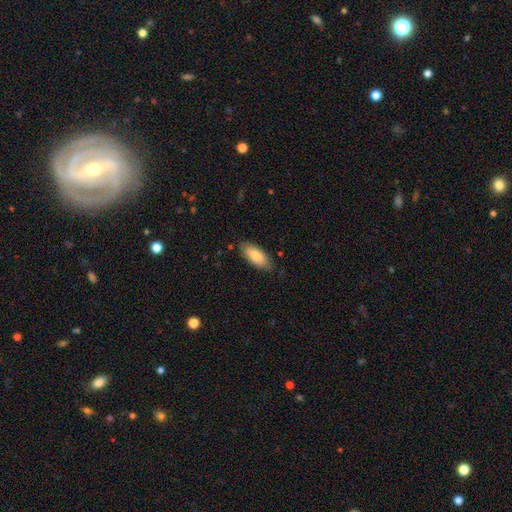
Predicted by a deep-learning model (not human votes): A smooth galaxy with no disk features (82%) that is in between round and cigar-shaped (84%).

Vote fractions:
- Smooth or featured? smooth: 82% / featured or disk: 12% / star or artifact: 6%
- How rounded? in between: 84% / cigar-shaped: 14% / round: 2%
- Merging? none: 77% / minor disturbance: 19% / major disturbance: 3% / merger: 1%